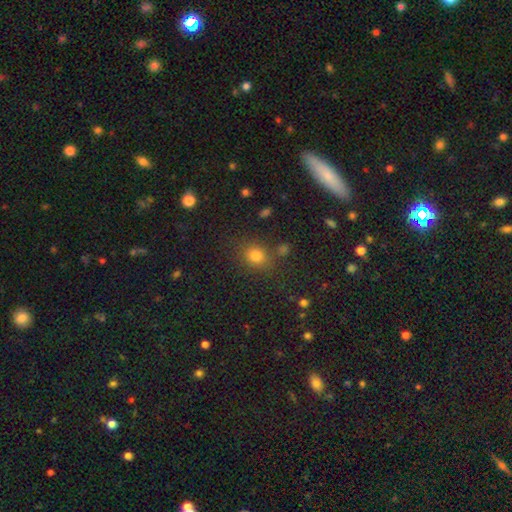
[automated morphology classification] This appears to be a smooth galaxy with no disk features (77%) that is round (68%). Merging: none (77%).